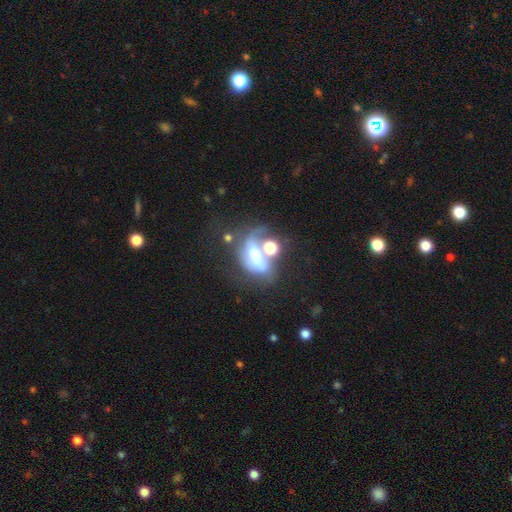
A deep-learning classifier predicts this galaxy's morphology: Q: Smooth or featured?
A: smooth (44%); runner-up: featured or disk (41%)
Q: Merging?
A: merger (43%); runner-up: major disturbance (22%)